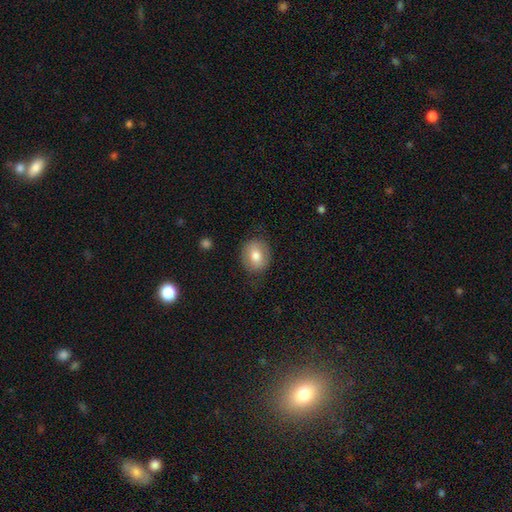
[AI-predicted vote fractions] smooth_or_featured: smooth (p=0.75) [alt: featured or disk p=0.17]
how_rounded: round (p=0.63) [alt: in between p=0.36]
merging: none (p=0.81) [alt: minor disturbance p=0.13]